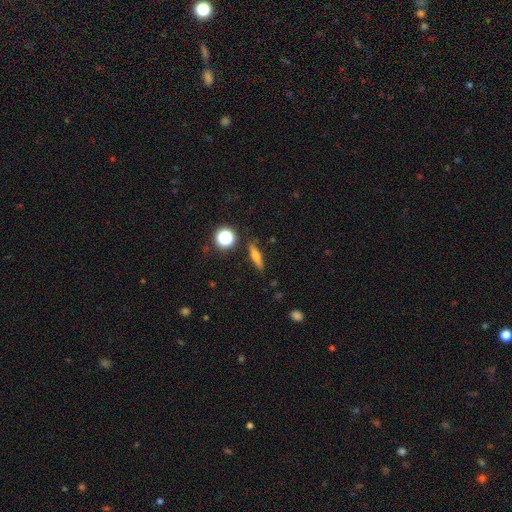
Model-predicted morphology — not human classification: This appears to be a smooth galaxy with no disk features (52%) that is cigar-shaped (70%). Merging: none (87%).